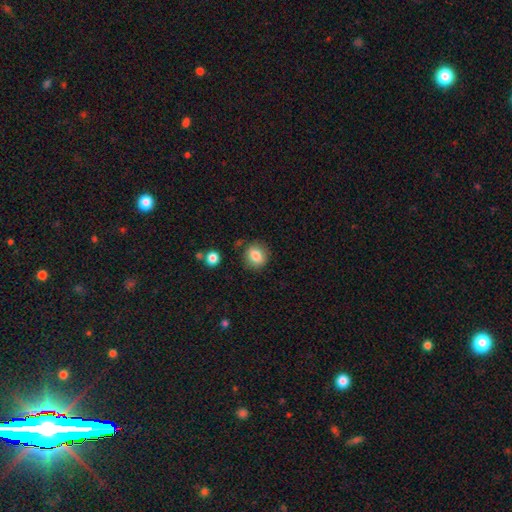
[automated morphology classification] Smooth or featured? smooth (84%)
How rounded? round (72%)
Merging? none (84%)